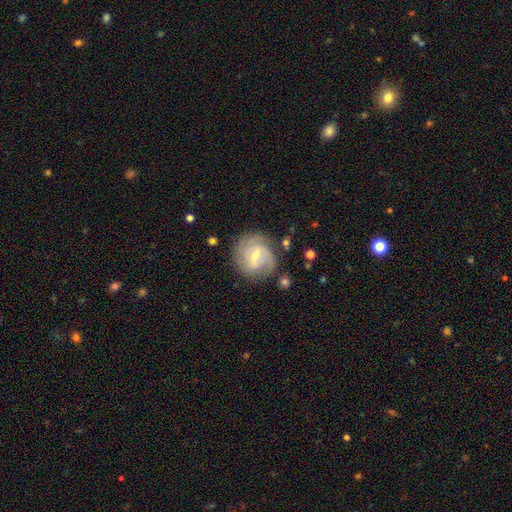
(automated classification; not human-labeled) The model was most divided on "spiral arm count": 2: 36%, can't tell: 30%, 3: 20%, 1: 6%, 4: 5%, more than 4: 4%. Remaining: edge-on disk — no (97%); spiral arms — yes (90%); smooth or featured — featured or disk (74%); merging — none (72%); bar — weak (59%); bulge size — small (53%); spiral winding — tight (47%).